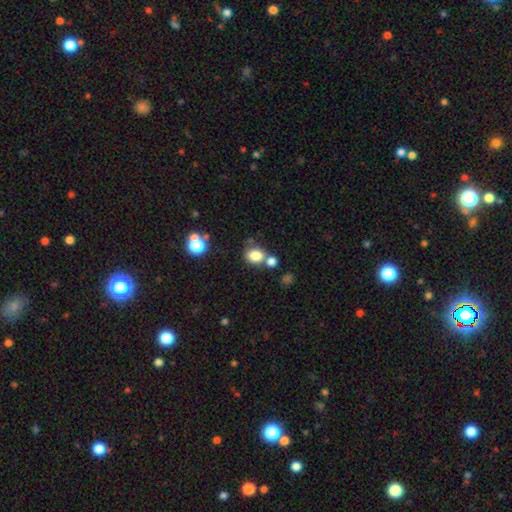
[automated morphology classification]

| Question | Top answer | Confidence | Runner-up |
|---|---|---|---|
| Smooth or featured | smooth | 80% | star or artifact (13%) |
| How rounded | round | 58% | in between (41%) |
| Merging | none | 61% | merger (23%) |